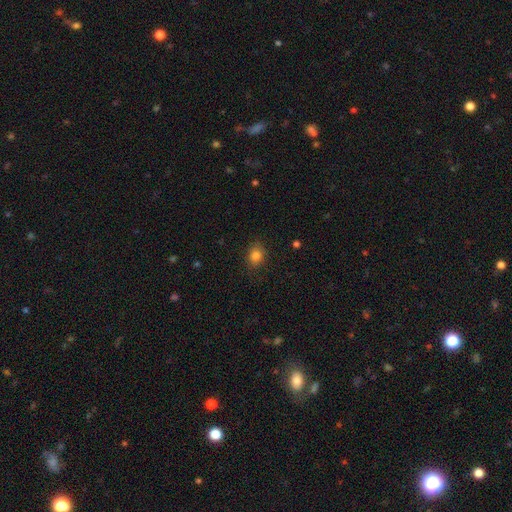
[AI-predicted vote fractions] smooth_or_featured: smooth (p=0.83) [alt: star or artifact p=0.11]
how_rounded: in between (p=0.50) [alt: round p=0.48]
merging: none (p=0.84) [alt: minor disturbance p=0.12]